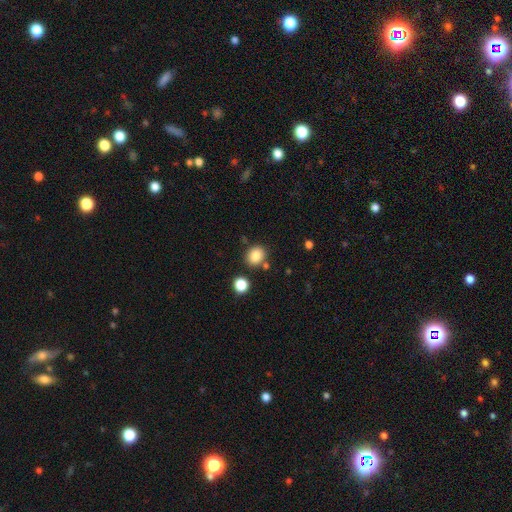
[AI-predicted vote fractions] Overall: smooth (85%). How rounded: round (64%; in between 35%). Merging: none (79%).